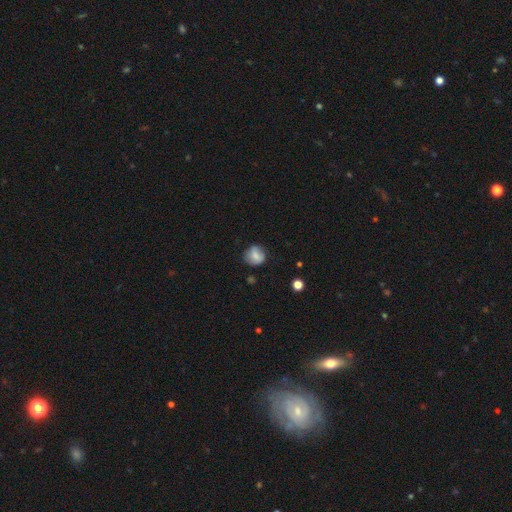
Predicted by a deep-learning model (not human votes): Smooth or featured?
  - smooth: 74% *
  - featured or disk: 17%
  - star or artifact: 9%
How rounded?
  - round: 78% *
  - in between: 20%
  - cigar-shaped: 1%
Merging?
  - none: 68% *
  - minor disturbance: 23%
  - major disturbance: 6%
  - merger: 2%